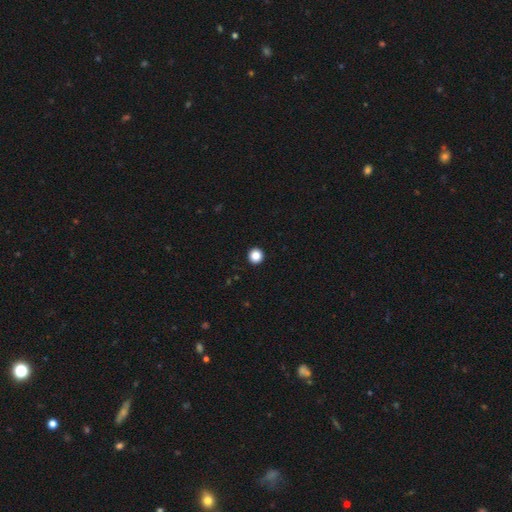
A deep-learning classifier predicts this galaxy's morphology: Smooth or featured? Predicted: smooth (p=0.87). How rounded? Predicted: round (p=0.95). Merging? Predicted: none (p=0.94).